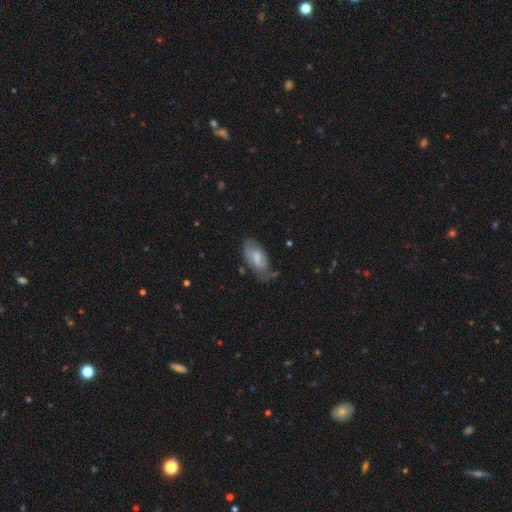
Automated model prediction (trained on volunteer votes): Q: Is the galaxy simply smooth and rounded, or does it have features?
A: smooth — 50%.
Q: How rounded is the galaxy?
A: in between — 88%.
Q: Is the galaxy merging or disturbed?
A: none — 53%.